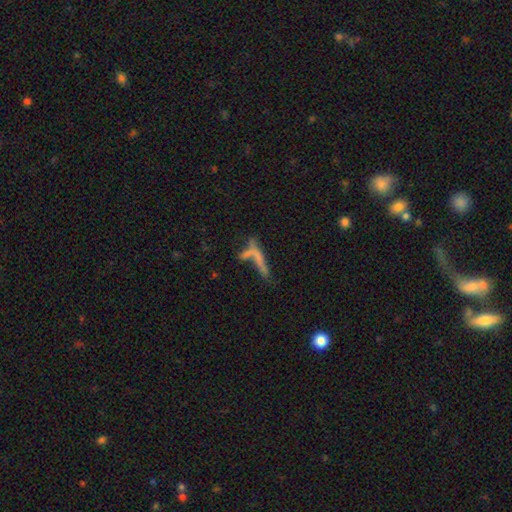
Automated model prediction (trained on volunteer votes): smooth_or_featured: smooth (p=0.52) [alt: featured or disk p=0.34]
how_rounded: cigar-shaped (p=0.83) [alt: in between p=0.13]
merging: merger (p=0.36) [tied with: none p=0.36]